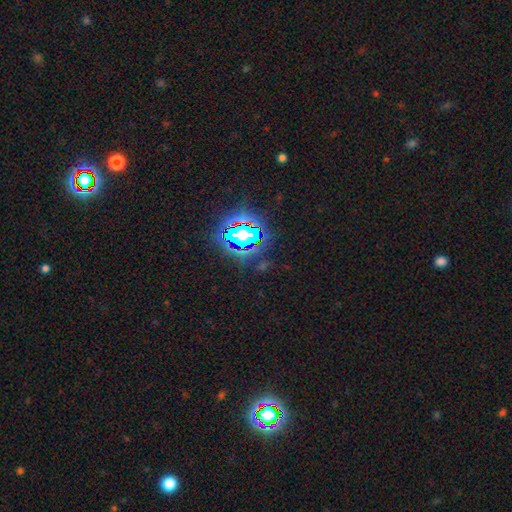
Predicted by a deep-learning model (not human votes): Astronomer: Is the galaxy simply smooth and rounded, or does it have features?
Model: star or artifact — 81%.